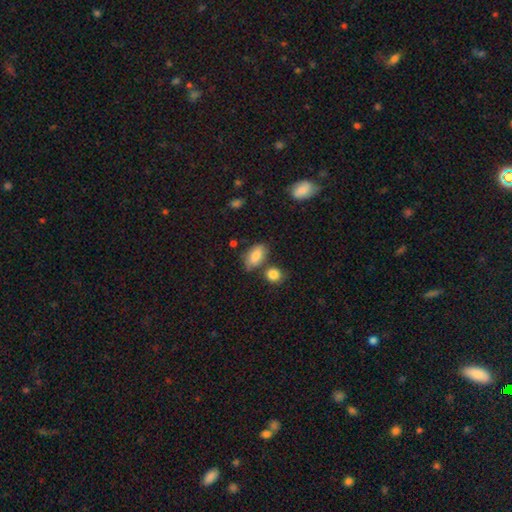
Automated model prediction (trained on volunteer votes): A smooth galaxy with no disk features (82%) that is in between round and cigar-shaped (90%).

Vote fractions:
- Smooth or featured? smooth: 82% / featured or disk: 10% / star or artifact: 7%
- How rounded? in between: 90% / round: 6% / cigar-shaped: 4%
- Merging? none: 64% / minor disturbance: 19% / merger: 12% / major disturbance: 5%